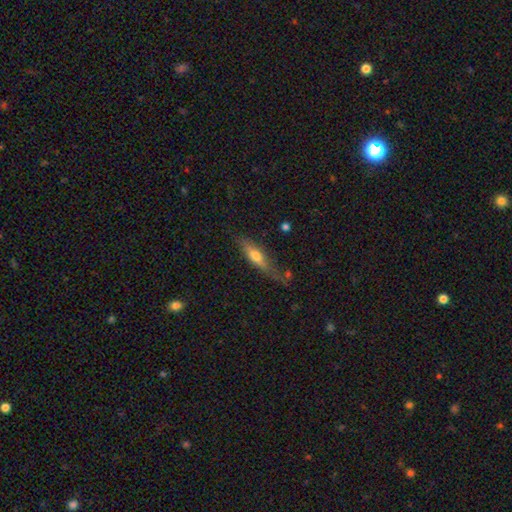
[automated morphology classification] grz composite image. It shows a smooth galaxy with no disk features (51%) that is cigar-shaped (63%). Merging: none (61%).